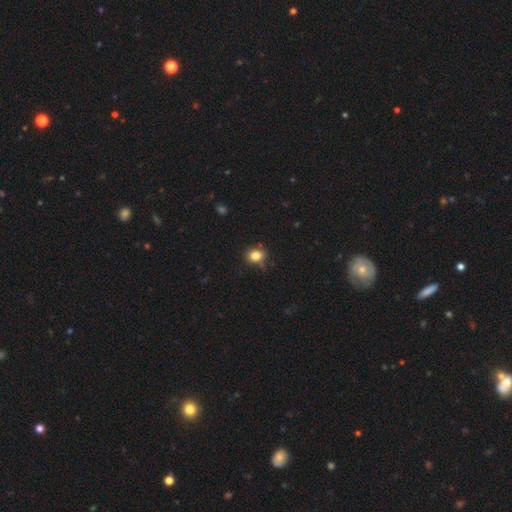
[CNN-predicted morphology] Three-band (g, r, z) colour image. It shows a smooth galaxy with no disk features (83%) that is round (55%). Merging: none (76%).